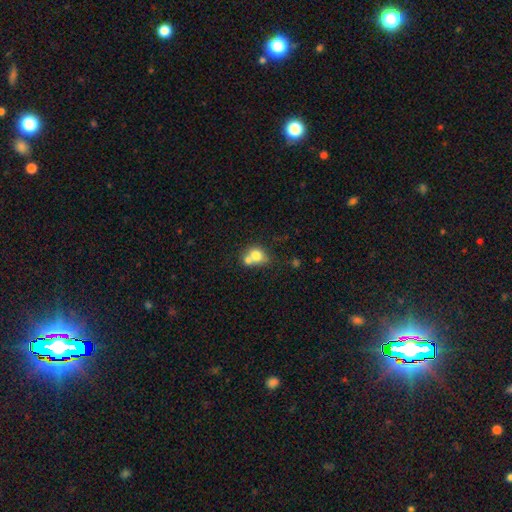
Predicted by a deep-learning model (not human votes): smooth-or-featured: smooth: 72% | featured or disk: 18% | star or artifact: 10%
  how-rounded: round: 62% | in between: 37% | cigar-shaped: 1%
  merging: merger: 55% | none: 31% | minor disturbance: 9% | major disturbance: 4%